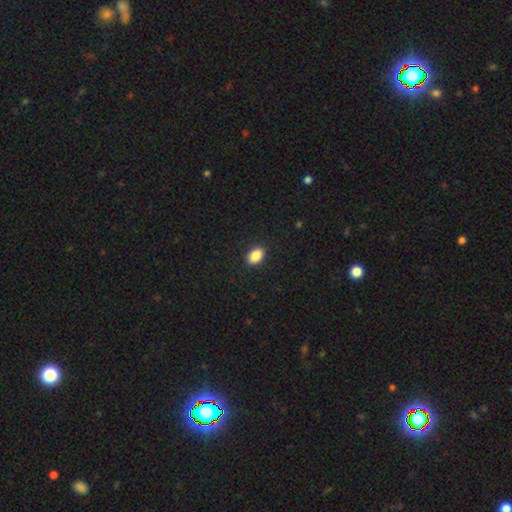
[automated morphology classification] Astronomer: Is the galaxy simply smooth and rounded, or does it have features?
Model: smooth — 88%.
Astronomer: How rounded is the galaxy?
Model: in between — 85%.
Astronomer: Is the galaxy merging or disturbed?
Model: none — 90%.